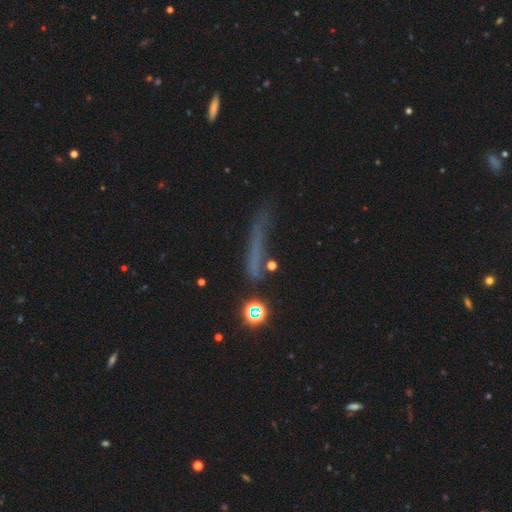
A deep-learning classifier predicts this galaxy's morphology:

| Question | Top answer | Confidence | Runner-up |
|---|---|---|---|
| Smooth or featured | smooth | 50% | featured or disk (29%) |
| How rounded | cigar-shaped | 82% | in between (10%) |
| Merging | none | 59% | minor disturbance (21%) |